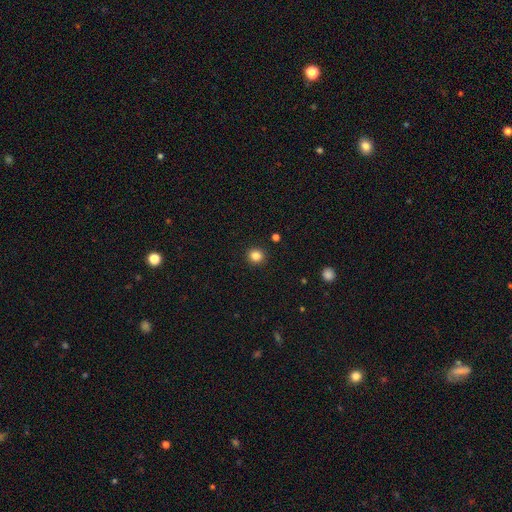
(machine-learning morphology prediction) A smooth galaxy with no disk features (84%) that is round (91%). Merging: none (93%).